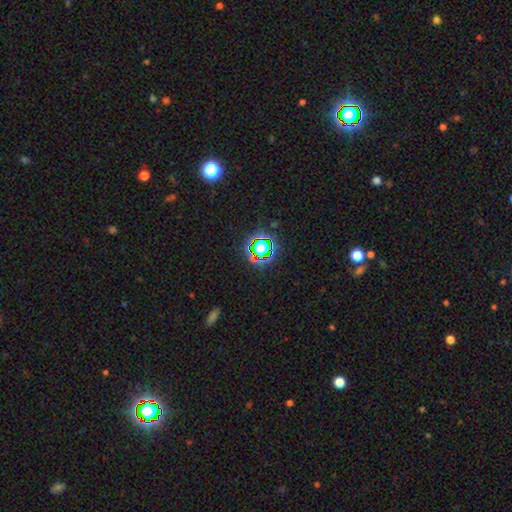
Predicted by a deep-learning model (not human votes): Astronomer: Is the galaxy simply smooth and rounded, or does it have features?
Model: star or artifact — 73%.